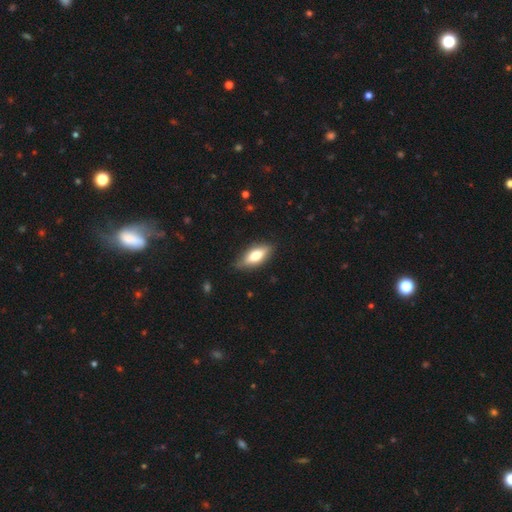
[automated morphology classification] smooth-or-featured: smooth: 66% | featured or disk: 28% | star or artifact: 6%
  how-rounded: in between: 71% | cigar-shaped: 27% | round: 2%
  merging: none: 83% | minor disturbance: 14% | major disturbance: 3% | merger: 1%